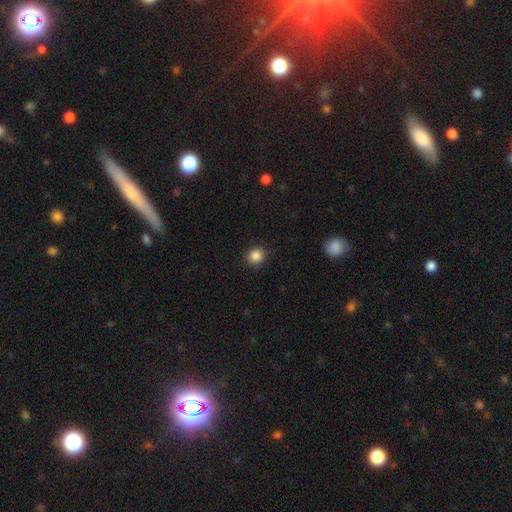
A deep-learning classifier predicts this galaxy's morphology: type=smooth (87%); roundness=round (91%); merging=none (91%).